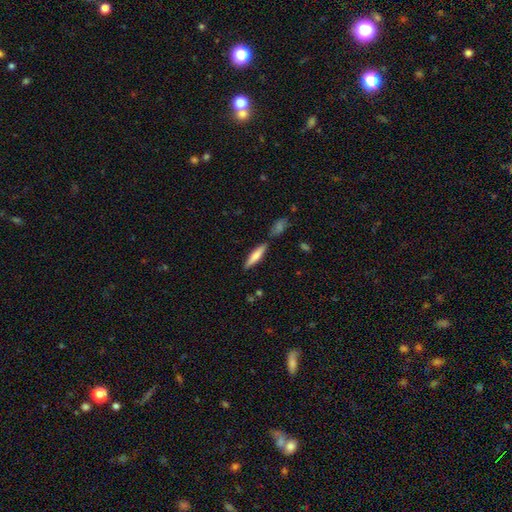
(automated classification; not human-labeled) smooth-or-featured: smooth: 65% | featured or disk: 29% | star or artifact: 6%
  how-rounded: cigar-shaped: 81% | in between: 17% | round: 1%
  merging: none: 79% | minor disturbance: 11% | merger: 8% | major disturbance: 3%